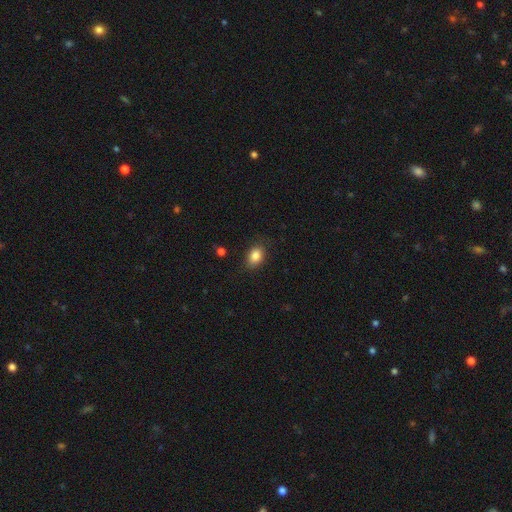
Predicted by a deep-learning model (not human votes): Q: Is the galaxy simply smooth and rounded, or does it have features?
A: smooth — 85%.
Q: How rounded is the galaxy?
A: in between — 74%.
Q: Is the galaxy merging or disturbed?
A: none — 83%.